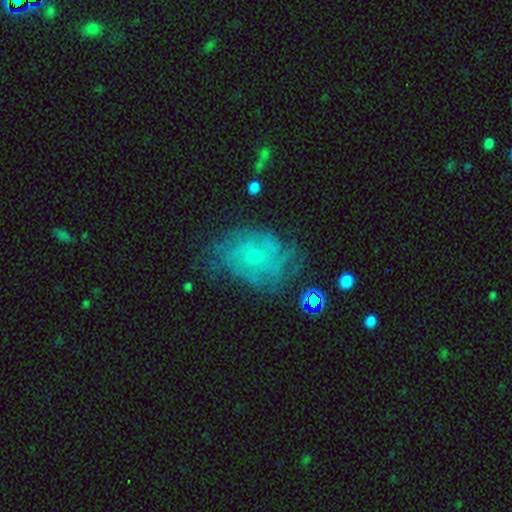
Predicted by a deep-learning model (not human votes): featured or disk 57%, smooth 31%, star or artifact 12%. Down the decision tree: edge-on disk — no (97%); bar — no (80%); spiral arms — yes (77%); bulge size — small (72%); merging — none (56%).